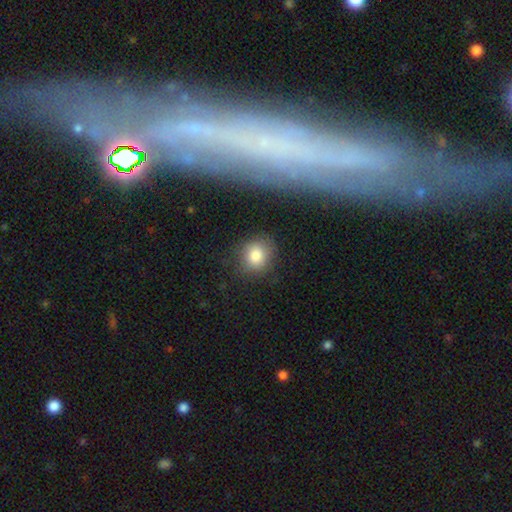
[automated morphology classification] smooth 82%, star or artifact 11%, featured or disk 8%. Down the decision tree: how rounded — round (77%); merging — none (81%).